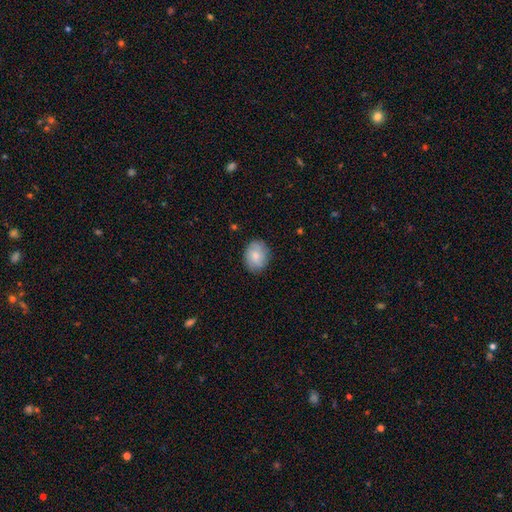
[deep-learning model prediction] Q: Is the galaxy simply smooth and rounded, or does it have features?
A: smooth — 75%.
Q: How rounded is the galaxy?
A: in between — 55%.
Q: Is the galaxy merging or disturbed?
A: none — 82%.